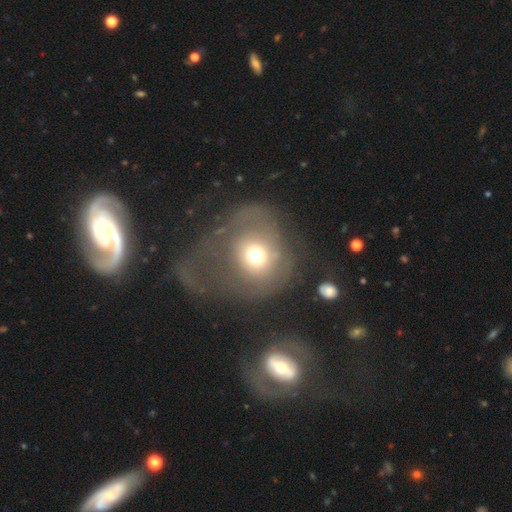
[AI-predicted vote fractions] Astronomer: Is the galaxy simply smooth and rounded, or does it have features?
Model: smooth — 54% (runner-up: featured or disk, 33%).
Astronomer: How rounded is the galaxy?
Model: round — 78%.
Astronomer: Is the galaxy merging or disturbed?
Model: major disturbance — 50% (runner-up: none, 31%).